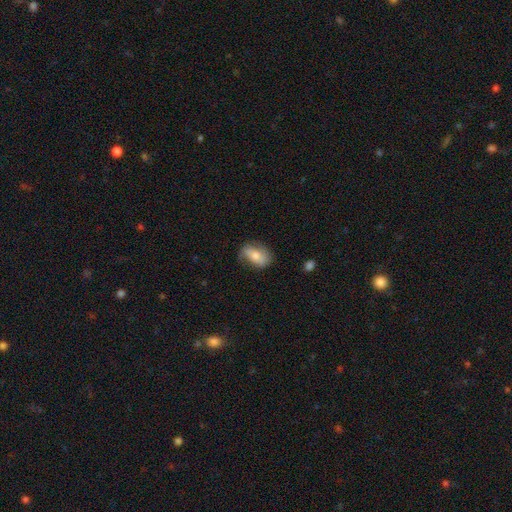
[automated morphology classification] Smooth or featured: smooth — 62% (featured or disk — 31%)
How rounded: in between — 87% (round — 10%)
Merging: none — 60% (minor disturbance — 28%)